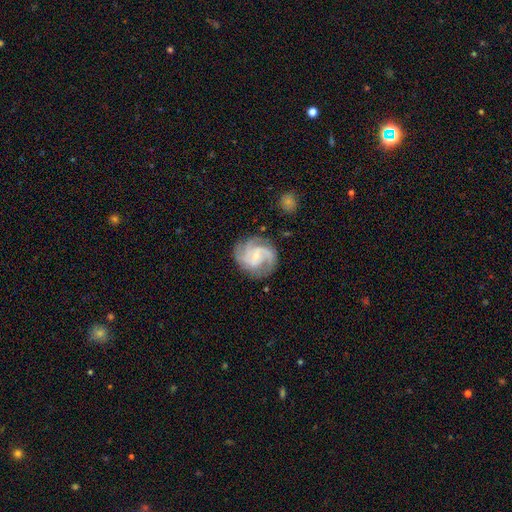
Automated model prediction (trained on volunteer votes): Overall: featured or disk (87%). Edge-on disk: no (98%). Bar: weak (51%; no 35%). Spiral arms: yes (98%). Spiral arm count: 3 (44%; 2 24%). Spiral winding: medium (50%; tight 38%). Bulge size: small (66%). Merging: none (75%).